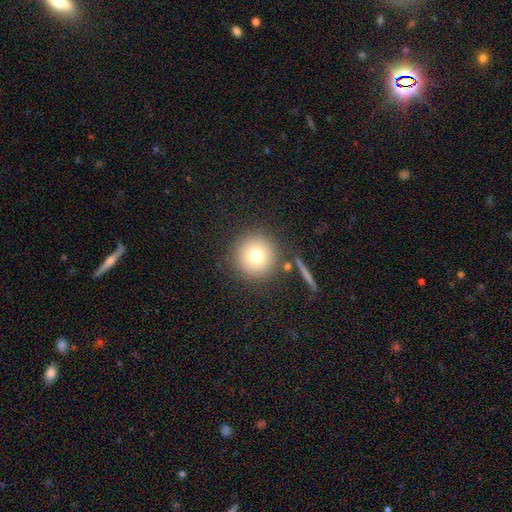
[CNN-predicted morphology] Q: Smooth or featured?
A: smooth (74%); runner-up: featured or disk (13%)
Q: How rounded?
A: round (96%); runner-up: in between (3%)
Q: Merging?
A: none (84%); runner-up: minor disturbance (7%)